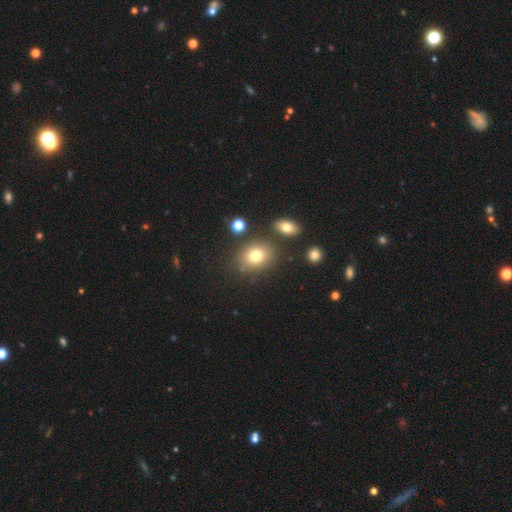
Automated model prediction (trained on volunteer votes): smooth-or-featured: smooth: 76% | star or artifact: 13% | featured or disk: 11%
  how-rounded: round: 59% | in between: 40% | cigar-shaped: 1%
  merging: none: 78% | minor disturbance: 10% | merger: 7% | major disturbance: 4%